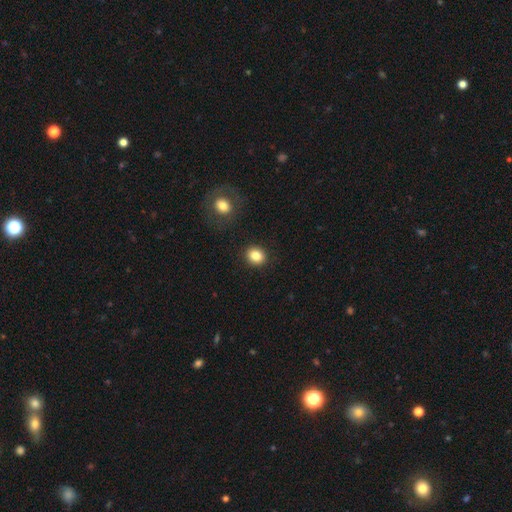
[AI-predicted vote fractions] Smooth or featured? smooth (84%)
How rounded? round (72%)
Merging? none (90%)